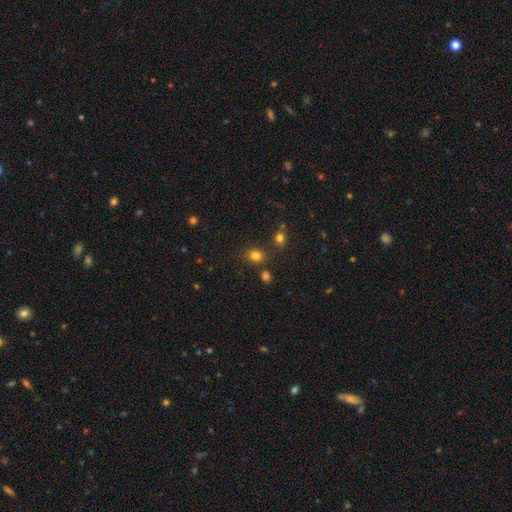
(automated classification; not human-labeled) Morphology: type=smooth (80%); roundness=round (56%); merging=none (76%).